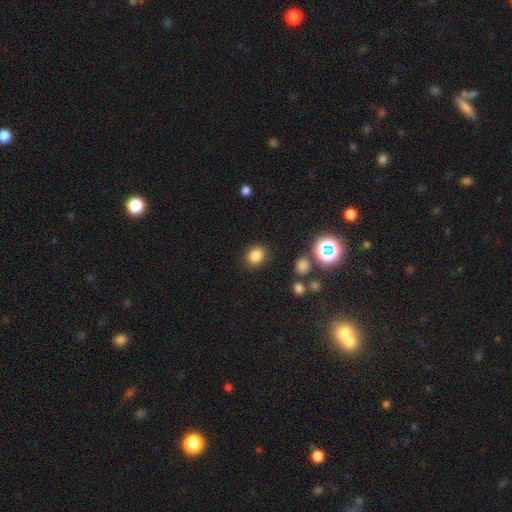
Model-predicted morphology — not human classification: Smooth or featured? smooth (82%)
How rounded? round (55%)
Merging? none (86%)